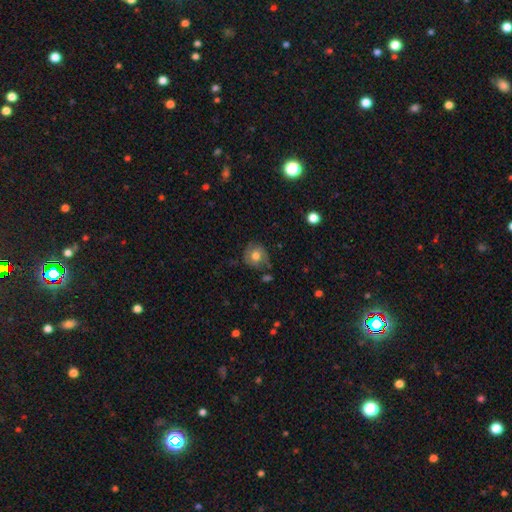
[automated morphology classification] smooth-or-featured: smooth: 61% | featured or disk: 31% | star or artifact: 8%
  how-rounded: round: 83% | in between: 16% | cigar-shaped: 1%
  merging: none: 68% | minor disturbance: 22% | major disturbance: 7% | merger: 3%